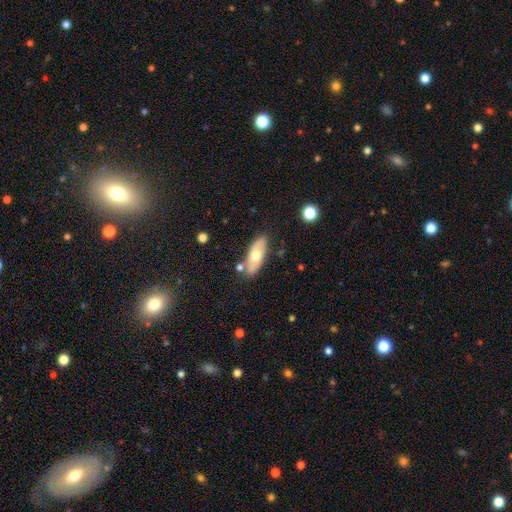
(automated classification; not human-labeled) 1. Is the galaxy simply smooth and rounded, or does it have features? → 57% smooth, 37% featured or disk, 6% star or artifact.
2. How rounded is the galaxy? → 78% in between, 19% cigar-shaped, 3% round.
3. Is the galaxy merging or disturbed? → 77% none, 14% minor disturbance, 6% merger, 3% major disturbance.